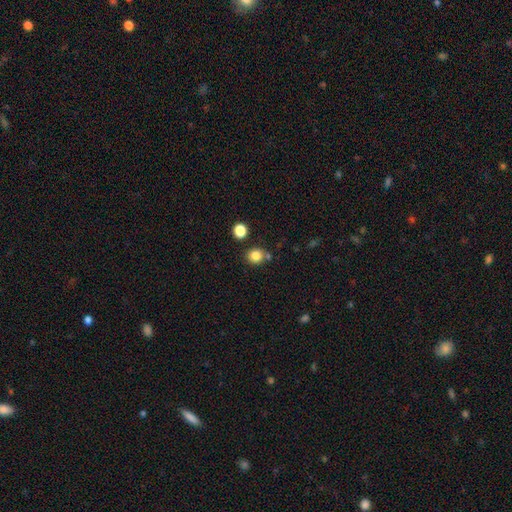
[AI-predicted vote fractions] Smooth or featured? Predicted: smooth (p=0.83). How rounded? Predicted: round (p=0.81). Merging? Predicted: none (p=0.75).